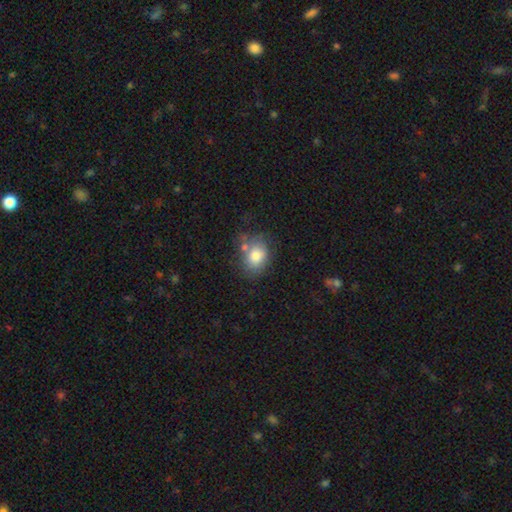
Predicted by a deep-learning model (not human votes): Smooth or featured? Predicted: smooth (p=0.78). How rounded? Predicted: in between (p=0.60). Merging? Predicted: none (p=0.56).